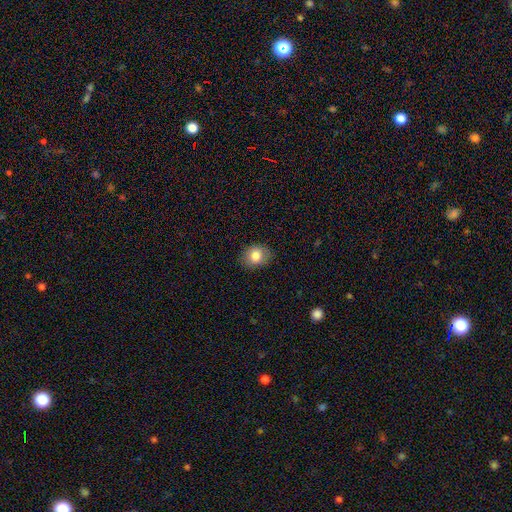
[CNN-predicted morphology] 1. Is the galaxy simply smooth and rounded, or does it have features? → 82% smooth, 10% featured or disk, 8% star or artifact.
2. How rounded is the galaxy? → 53% in between, 46% round, 1% cigar-shaped.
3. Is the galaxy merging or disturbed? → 84% none, 12% minor disturbance, 3% major disturbance, 1% merger.